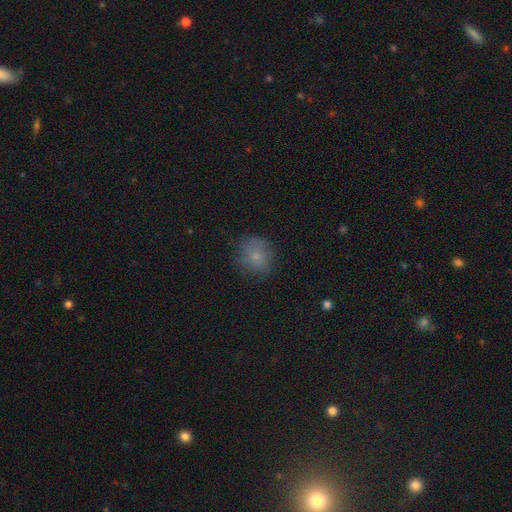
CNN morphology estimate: Smooth or featured: smooth — 73% (featured or disk — 15%)
How rounded: round — 78% (in between — 21%)
Merging: none — 73% (minor disturbance — 19%)